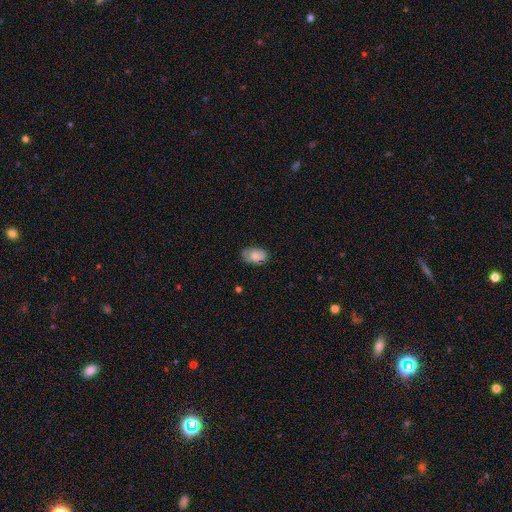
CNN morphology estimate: smooth_or_featured: smooth (p=0.72) [alt: featured or disk p=0.19]
how_rounded: in between (p=0.88) [alt: round p=0.10]
merging: none (p=0.69) [alt: minor disturbance p=0.24]